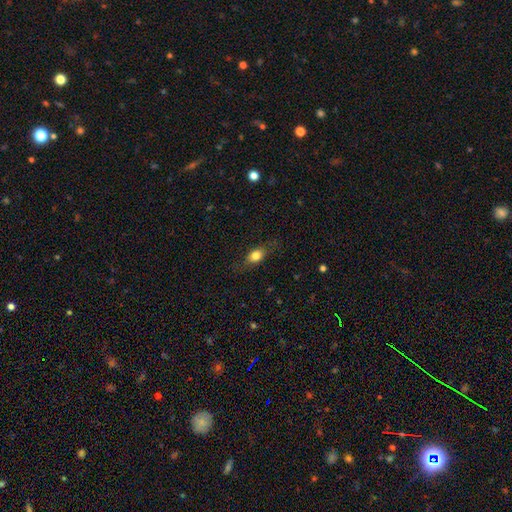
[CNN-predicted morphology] Q: Smooth or featured?
A: smooth (75%); runner-up: featured or disk (16%)
Q: How rounded?
A: in between (67%); runner-up: round (23%)
Q: Merging?
A: none (75%); runner-up: minor disturbance (18%)